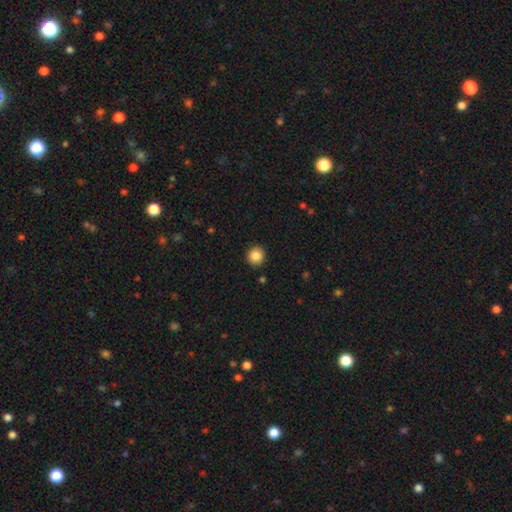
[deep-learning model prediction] A smooth galaxy with no disk features (86%) that is round (90%).

Vote fractions:
- Smooth or featured? smooth: 86% / star or artifact: 10% / featured or disk: 5%
- How rounded? round: 90% / in between: 9% / cigar-shaped: 1%
- Merging? none: 91% / minor disturbance: 6% / major disturbance: 2% / merger: 1%